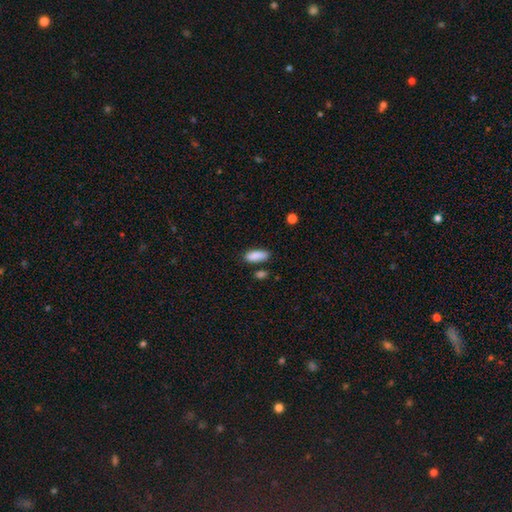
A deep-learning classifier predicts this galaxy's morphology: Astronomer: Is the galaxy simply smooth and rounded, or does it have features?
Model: smooth — 88%.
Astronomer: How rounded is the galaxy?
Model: in between — 75%.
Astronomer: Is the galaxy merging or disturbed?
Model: none — 70%.